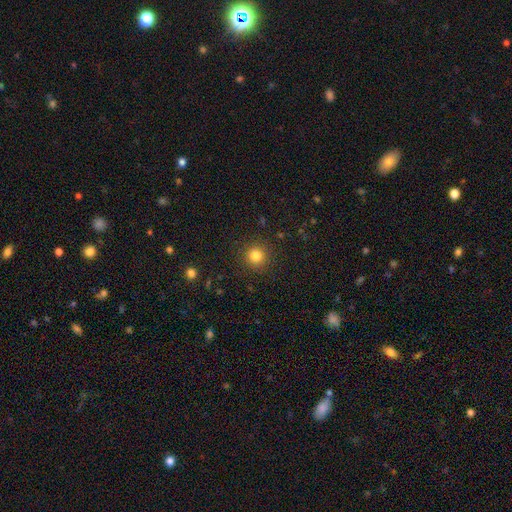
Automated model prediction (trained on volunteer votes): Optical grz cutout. It shows a smooth galaxy with no disk features (82%) that is round (94%). Merging: none (90%).